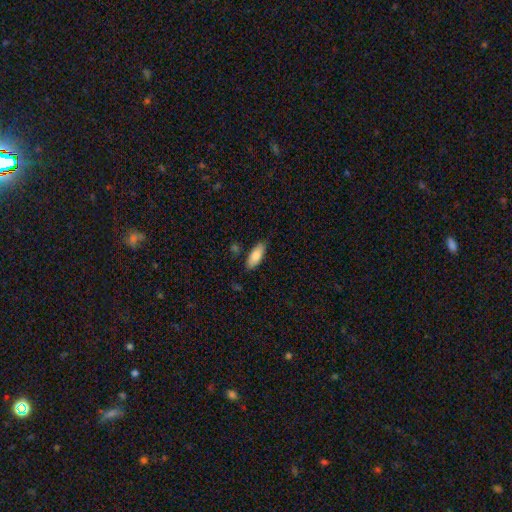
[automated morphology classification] Smooth or featured?
  - smooth: 83% *
  - featured or disk: 11%
  - star or artifact: 6%
How rounded?
  - in between: 77% *
  - cigar-shaped: 22%
  - round: 2%
Merging?
  - none: 82% *
  - minor disturbance: 13%
  - merger: 3%
  - major disturbance: 2%